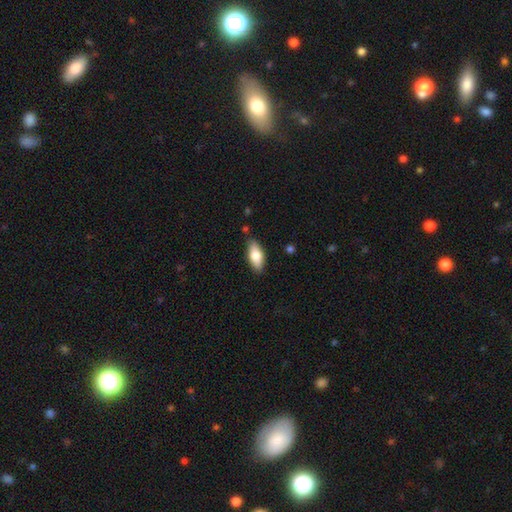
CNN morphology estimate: smooth 72%, featured or disk 22%, star or artifact 6%. Down the decision tree: how rounded — in between (81%); merging — none (83%).